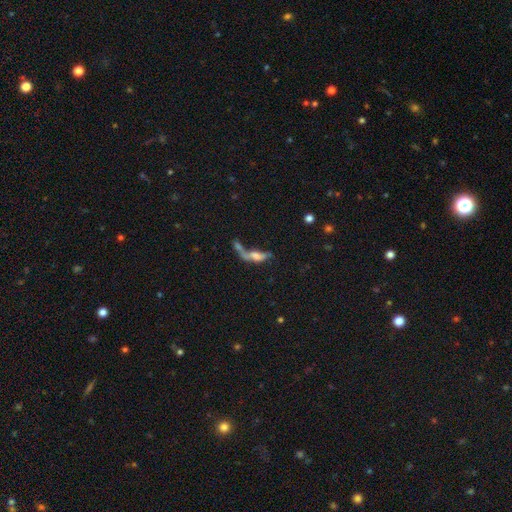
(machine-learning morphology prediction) This appears to be a smooth galaxy with no disk features (49%). Merging: merger (50%).